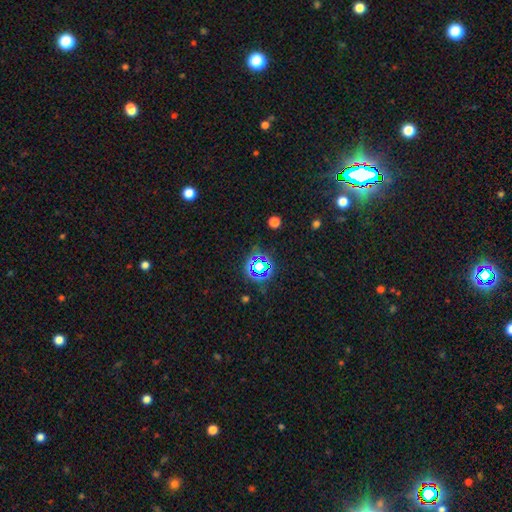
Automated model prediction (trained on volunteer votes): A star or artifact, not a galaxy (78%).

Vote fractions:
- Smooth or featured? star or artifact: 78% / smooth: 15% / featured or disk: 8%